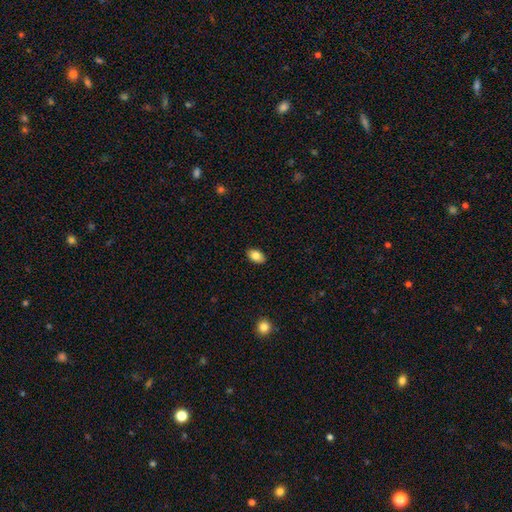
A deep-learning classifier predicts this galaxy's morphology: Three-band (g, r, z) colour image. It shows a smooth galaxy with no disk features (84%) that is in between round and cigar-shaped (89%). Merging: none (89%).